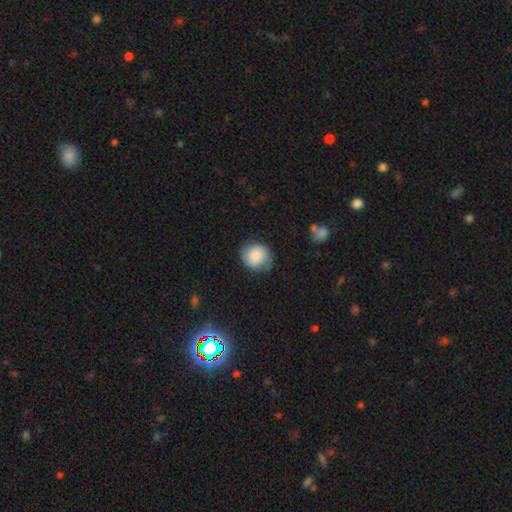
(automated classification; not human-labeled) Q: Smooth or featured?
A: smooth (73%); runner-up: featured or disk (19%)
Q: How rounded?
A: round (77%); runner-up: in between (22%)
Q: Merging?
A: none (70%); runner-up: minor disturbance (23%)